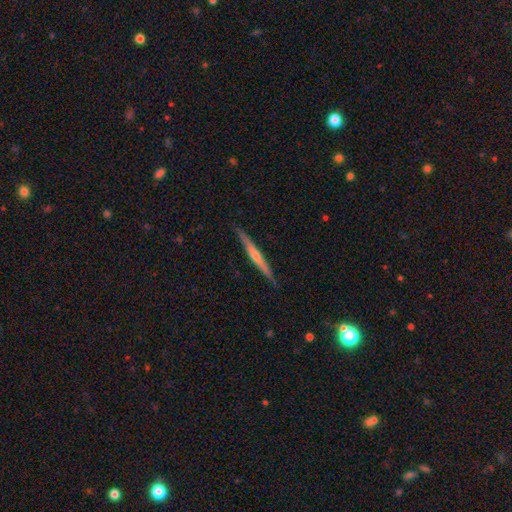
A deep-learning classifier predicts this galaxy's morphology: smooth-or-featured: featured or disk: 59% | smooth: 36% | star or artifact: 5%
  disk-edge-on: yes: 97% | no: 3%
    edge-on-bulge: rounded: 49% | none: 43% | boxy: 7%
  merging: none: 89% | minor disturbance: 8% | major disturbance: 1% | merger: 1%